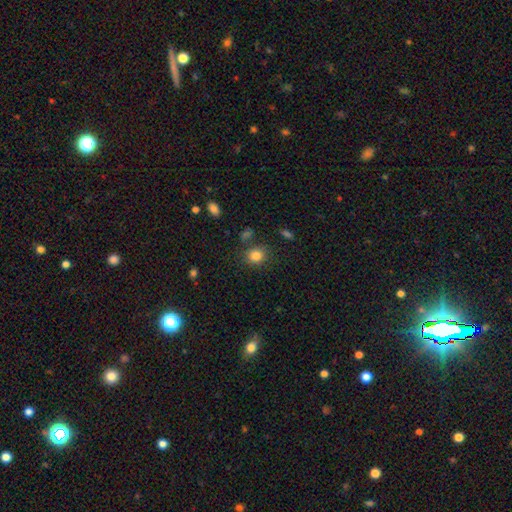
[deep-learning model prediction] smooth_or_featured: smooth (p=0.83) [alt: star or artifact p=0.11]
how_rounded: round (p=0.74) [alt: in between p=0.25]
merging: none (p=0.80) [alt: minor disturbance p=0.12]